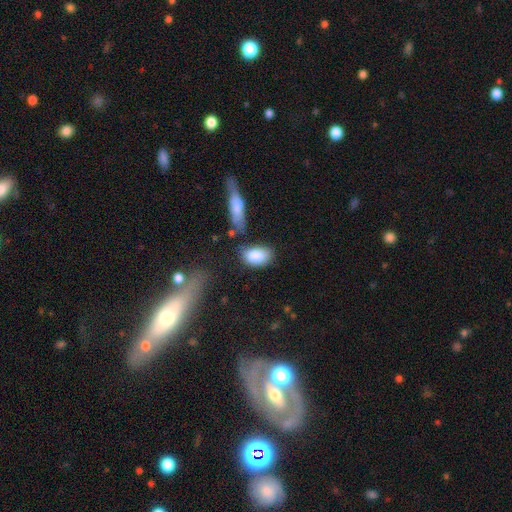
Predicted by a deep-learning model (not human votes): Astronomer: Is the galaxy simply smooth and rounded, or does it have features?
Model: smooth — 86%.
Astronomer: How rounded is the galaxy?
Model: in between — 89%.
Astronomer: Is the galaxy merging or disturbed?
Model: none — 62%.